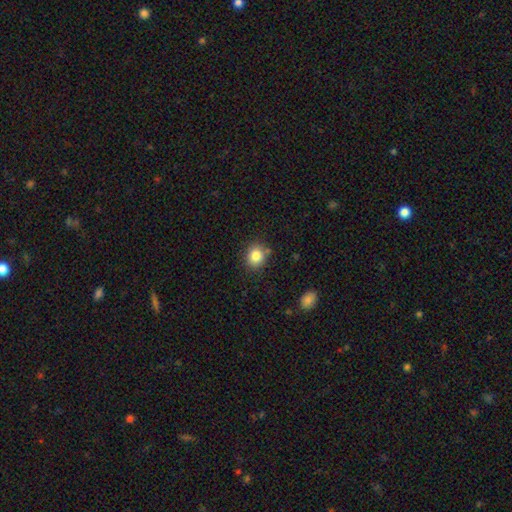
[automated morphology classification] smooth 83%, star or artifact 10%, featured or disk 7%. Down the decision tree: how rounded — round (69%); merging — none (81%).